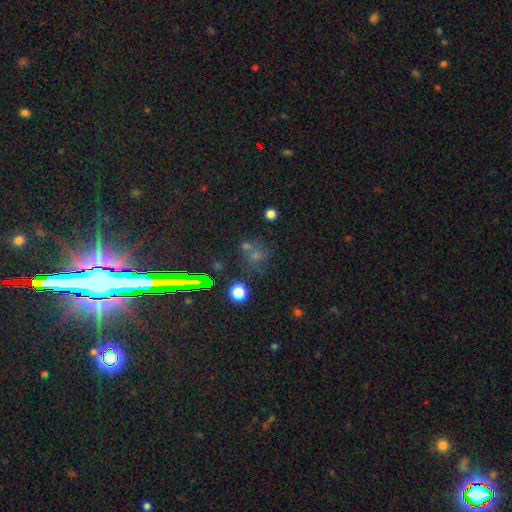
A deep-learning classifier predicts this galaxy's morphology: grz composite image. It shows a star or artifact, not a galaxy (51%).